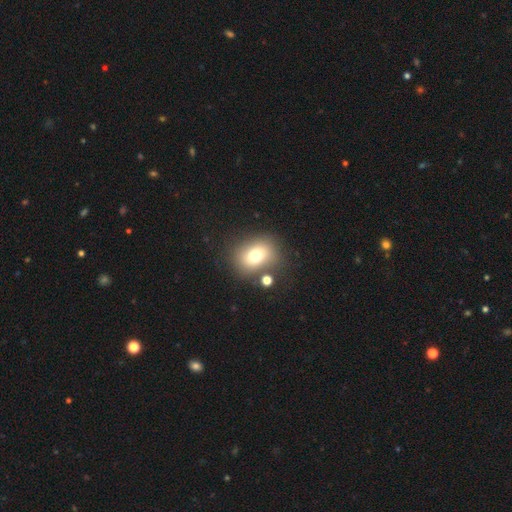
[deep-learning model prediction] smooth_or_featured: smooth (p=0.72) [alt: featured or disk p=0.15]
how_rounded: round (p=0.50) [alt: in between p=0.49]
merging: none (p=0.72) [alt: minor disturbance p=0.13]